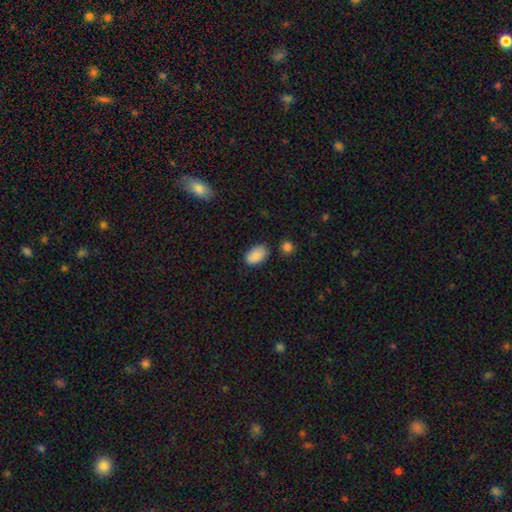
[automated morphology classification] type=smooth (89%); roundness=in between (92%); merging=none (79%).